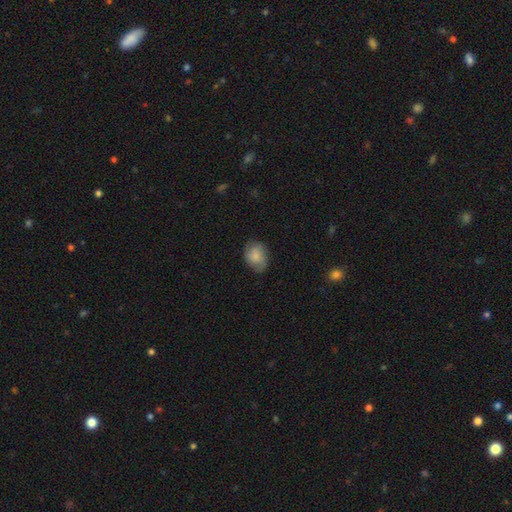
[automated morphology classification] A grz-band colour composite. It shows a smooth galaxy with no disk features (76%) that is in between round and cigar-shaped (55%). Merging: none (69%).